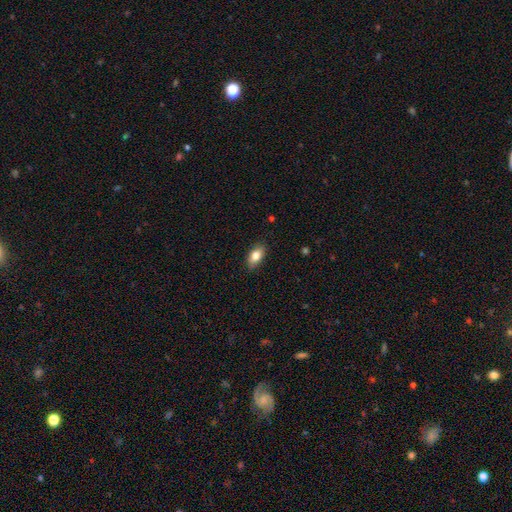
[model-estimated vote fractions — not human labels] Morphology: type=smooth (80%); roundness=in between (87%); merging=none (84%).